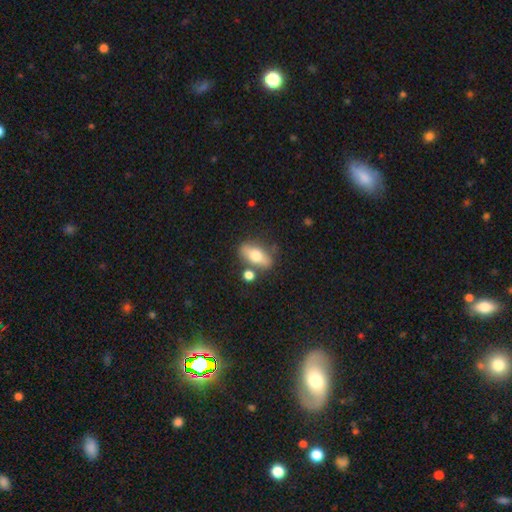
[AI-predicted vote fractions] Smooth or featured? Predicted: smooth (p=0.61). How rounded? Predicted: in between (p=0.78). Merging? Predicted: none (p=0.69).